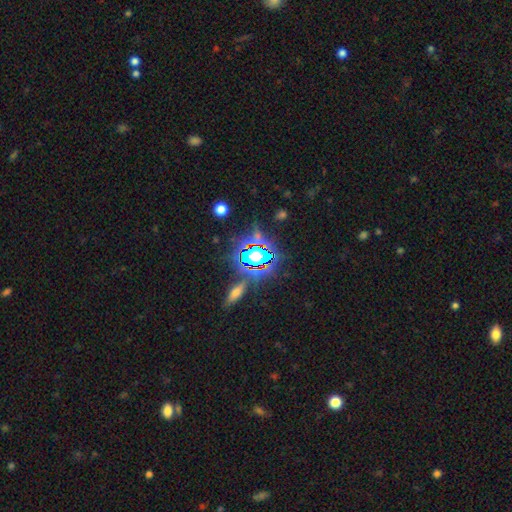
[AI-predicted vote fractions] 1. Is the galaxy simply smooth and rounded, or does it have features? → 75% star or artifact, 14% smooth, 11% featured or disk.